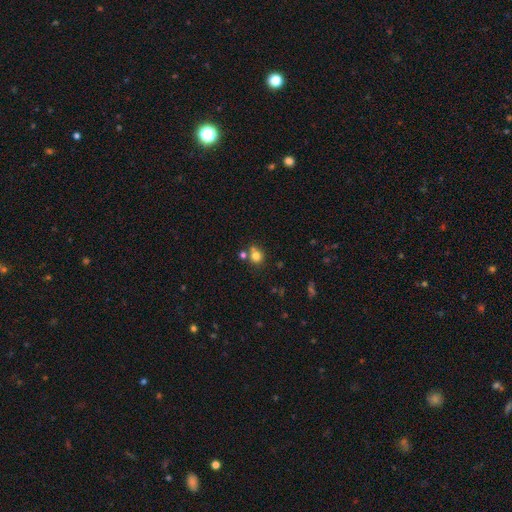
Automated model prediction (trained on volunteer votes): smooth 77%, star or artifact 13%, featured or disk 9%. Down the decision tree: how rounded — round (84%); merging — none (56%).